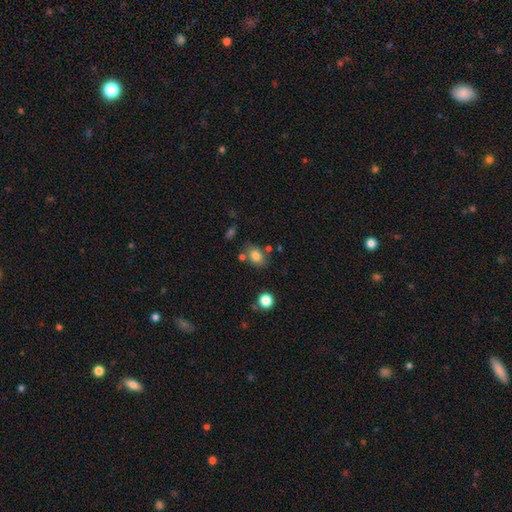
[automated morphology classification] A smooth galaxy with no disk features (79%) that is in between round and cigar-shaped (72%). Merging: none (68%).